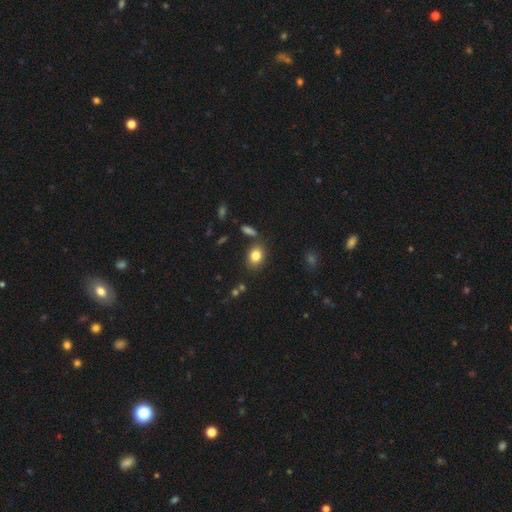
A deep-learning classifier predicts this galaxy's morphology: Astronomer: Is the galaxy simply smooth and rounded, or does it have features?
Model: smooth — 82%.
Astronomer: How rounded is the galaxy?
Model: in between — 71%.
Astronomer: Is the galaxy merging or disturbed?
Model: none — 78%.